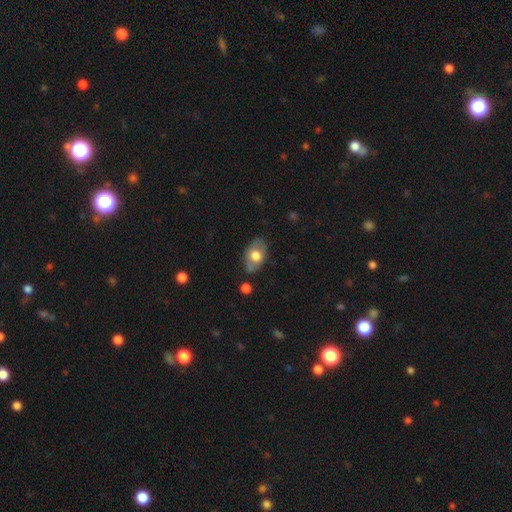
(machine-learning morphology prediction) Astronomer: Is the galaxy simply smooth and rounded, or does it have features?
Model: smooth — 61%.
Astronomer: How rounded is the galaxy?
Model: in between — 87%.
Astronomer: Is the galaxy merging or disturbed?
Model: none — 74%.